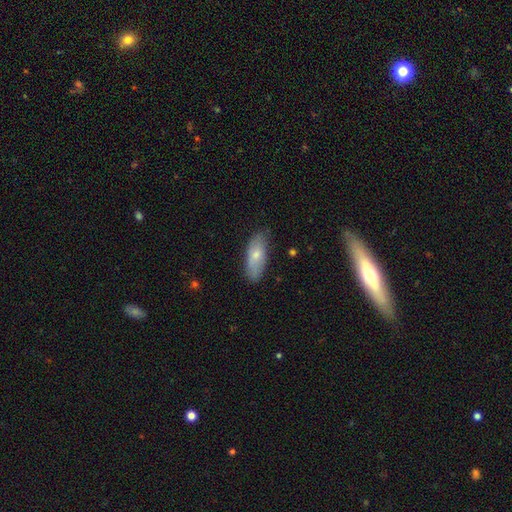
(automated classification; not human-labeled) Smooth or featured: smooth — 70% (featured or disk — 24%)
How rounded: in between — 74% (cigar-shaped — 24%)
Merging: none — 77% (minor disturbance — 18%)